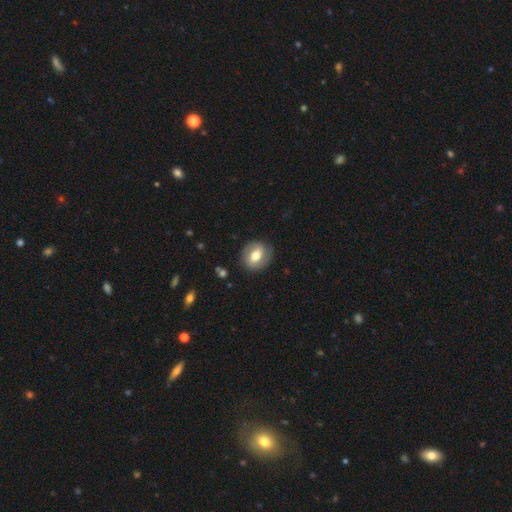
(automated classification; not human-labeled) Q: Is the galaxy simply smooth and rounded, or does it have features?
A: smooth — 51%.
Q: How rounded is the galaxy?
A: round — 59%.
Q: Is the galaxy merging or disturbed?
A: none — 83%.